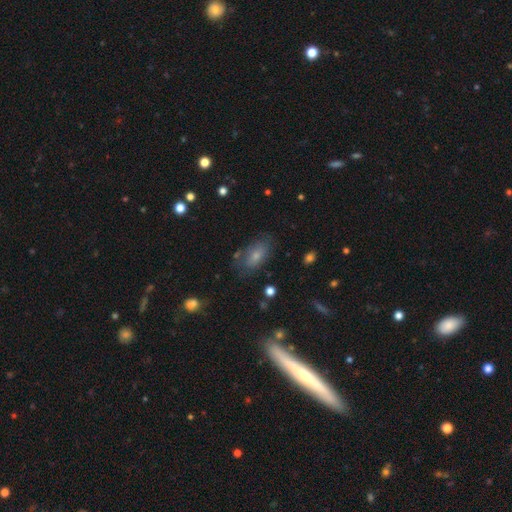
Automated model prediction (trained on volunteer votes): Q: Smooth or featured?
A: smooth (65%); runner-up: featured or disk (25%)
Q: How rounded?
A: in between (89%); runner-up: round (6%)
Q: Merging?
A: none (67%); runner-up: minor disturbance (21%)